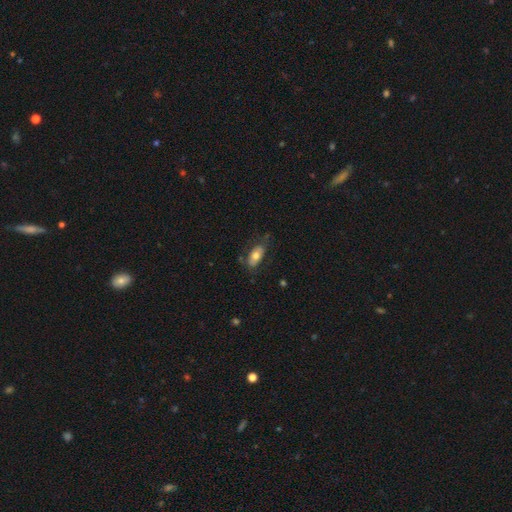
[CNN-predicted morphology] Smooth or featured: smooth — 67% (featured or disk — 26%)
How rounded: in between — 90% (cigar-shaped — 7%)
Merging: none — 67% (minor disturbance — 22%)